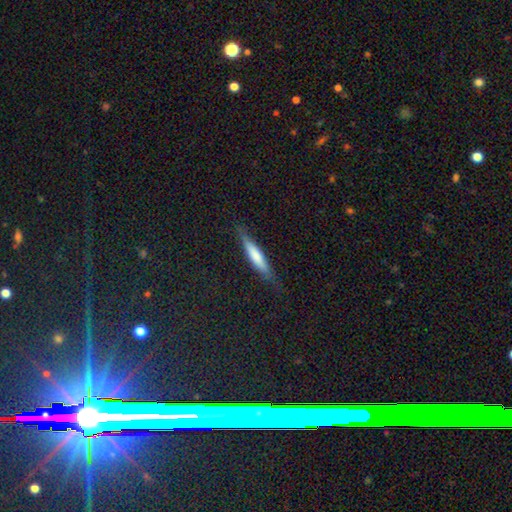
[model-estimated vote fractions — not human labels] A smooth galaxy with no disk features (64%) that is cigar-shaped (84%). Merging: none (79%).